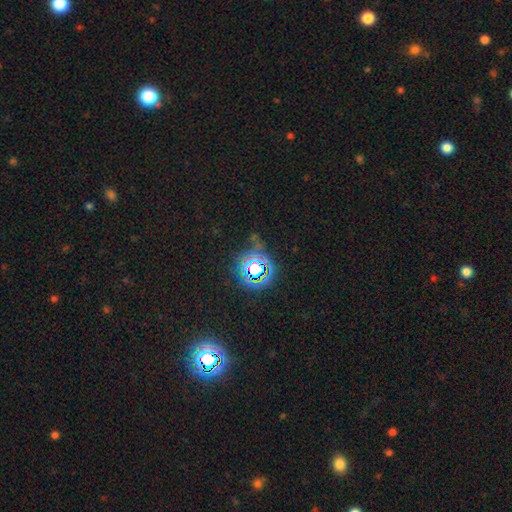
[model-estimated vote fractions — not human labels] Morphology: type=star or artifact (76%).